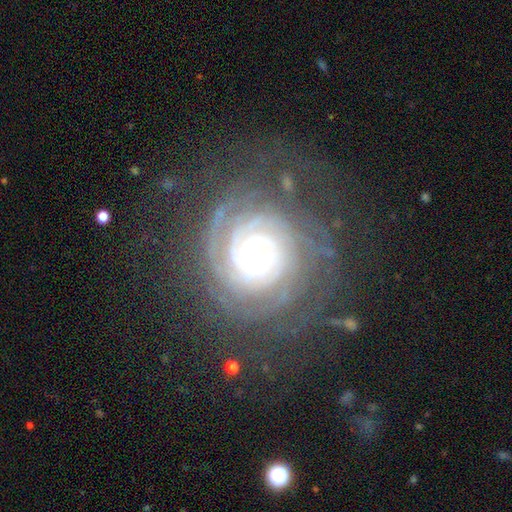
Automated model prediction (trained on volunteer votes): A featured or disk galaxy (88%) with no bar (73%), tight (86%) spiral arms (98%) and a moderate central bulge (59%). Merging: none (75%).